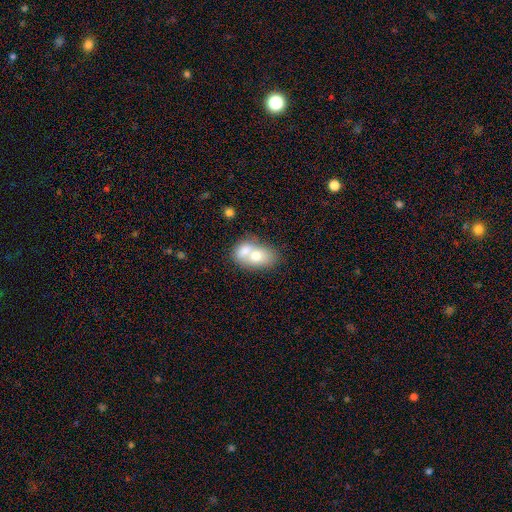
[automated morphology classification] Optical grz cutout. It shows a smooth galaxy with no disk features (66%) that is in between round and cigar-shaped (79%). Merging: merger (65%).